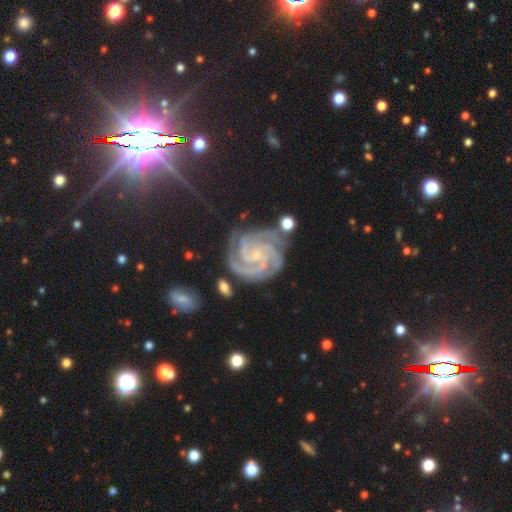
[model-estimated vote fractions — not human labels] Smooth or featured?
  - featured or disk: 91% *
  - star or artifact: 6%
  - smooth: 4%
Edge-on disk?
  - no: 98% *
  - yes: 2%
Bar?
  - no: 58% *
  - weak: 29%
  - strong: 13%
Spiral arms?
  - yes: 99% *
  - no: 1%
Spiral winding?
  - tight: 79% *
  - medium: 19%
  - loose: 2%
Spiral arm count?
  - 3: 37% *
  - 4: 32%
  - 2: 10%
  - can't tell: 8%
  - more than 4: 7%
  - 1: 6%
Bulge size?
  - small: 80% *
  - moderate: 11%
  - none: 8%
  - large: 1%
  - dominant: 1%
Merging?
  - none: 74% *
  - minor disturbance: 17%
  - major disturbance: 6%
  - merger: 3%